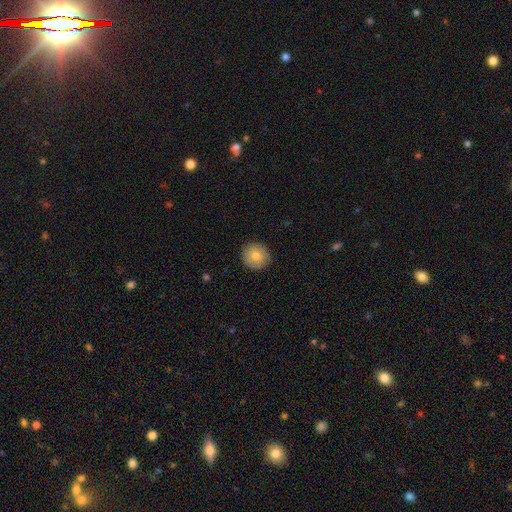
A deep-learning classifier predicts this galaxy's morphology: A smooth galaxy with no disk features (77%) that is round (91%). Merging: none (88%).